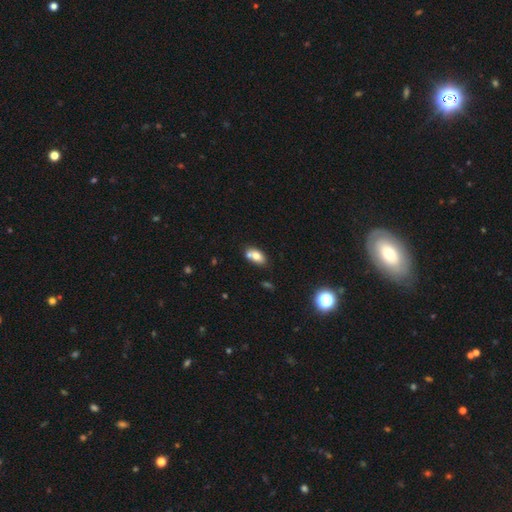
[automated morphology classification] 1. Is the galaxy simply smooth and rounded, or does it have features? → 73% smooth, 18% featured or disk, 9% star or artifact.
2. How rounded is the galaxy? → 87% in between, 10% round, 3% cigar-shaped.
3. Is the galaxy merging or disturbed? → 48% none, 35% merger, 13% minor disturbance, 4% major disturbance.